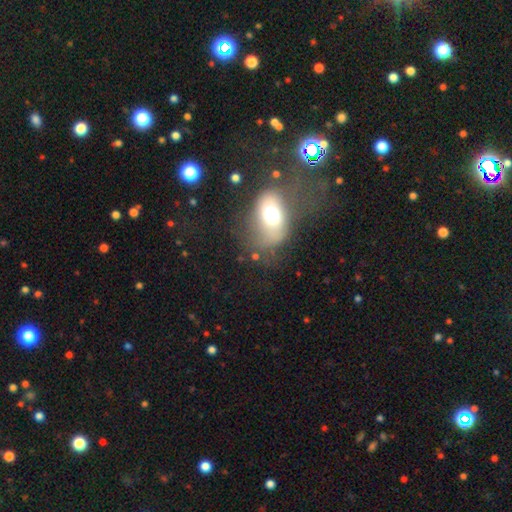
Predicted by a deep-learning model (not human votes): The model was most divided on "merging": none: 37%, major disturbance: 32%, minor disturbance: 24%, merger: 7%. More confident: how rounded — in between (75%); smooth or featured — smooth (53%).